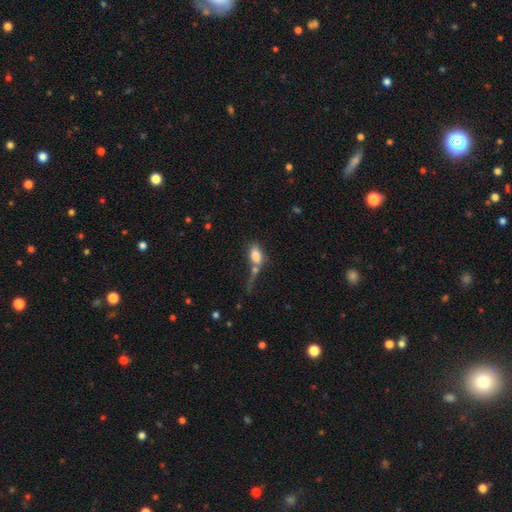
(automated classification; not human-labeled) smooth-or-featured: smooth: 78% | featured or disk: 13% | star or artifact: 9%
  how-rounded: in between: 87% | round: 7% | cigar-shaped: 6%
  merging: merger: 36% | none: 31% | major disturbance: 18% | minor disturbance: 15%